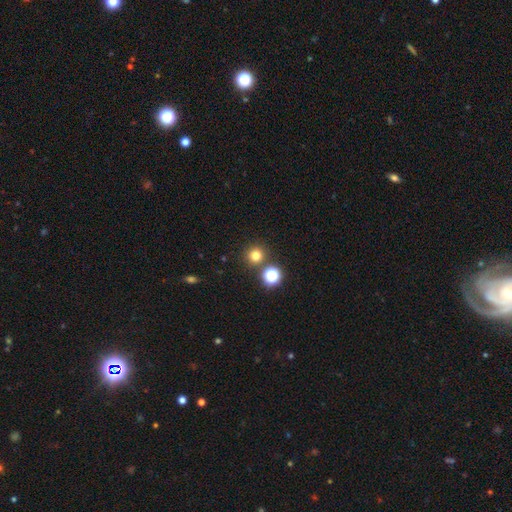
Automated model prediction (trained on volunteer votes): Morphology: type=smooth (75%); roundness=round (94%); merging=none (83%).